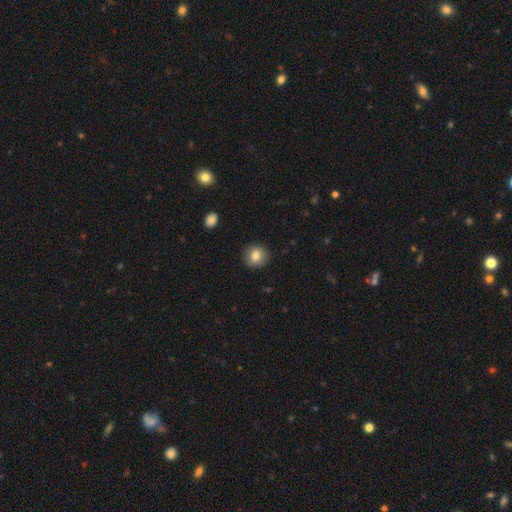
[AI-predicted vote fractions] A smooth galaxy with no disk features (81%) that is round (90%). Merging: none (90%).